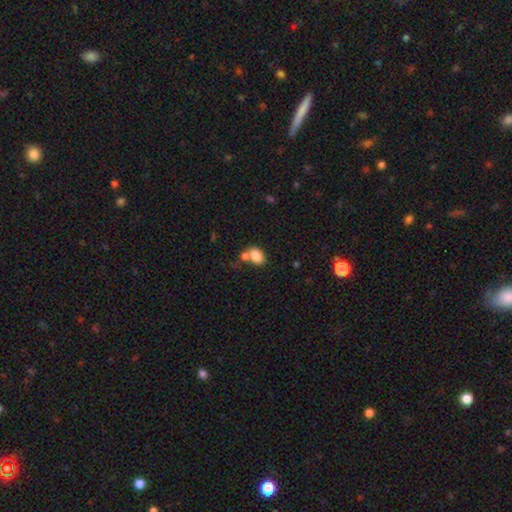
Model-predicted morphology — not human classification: smooth_or_featured: smooth (p=0.83) [alt: star or artifact p=0.09]
how_rounded: in between (p=0.75) [alt: round p=0.24]
merging: none (p=0.43) [alt: merger p=0.39]